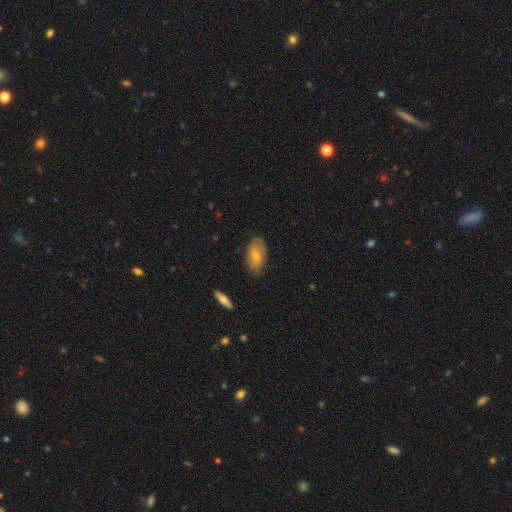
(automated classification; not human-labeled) A smooth galaxy with no disk features (61%) that is in between round and cigar-shaped (91%).

Vote fractions:
- Smooth or featured? smooth: 61% / featured or disk: 32% / star or artifact: 7%
- How rounded? in between: 91% / cigar-shaped: 4% / round: 4%
- Merging? none: 68% / minor disturbance: 25% / major disturbance: 5% / merger: 1%